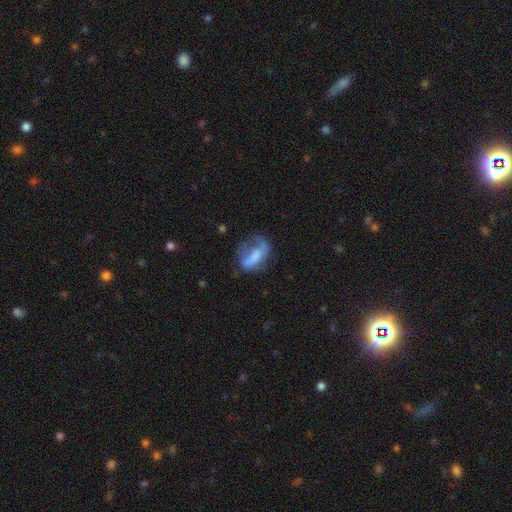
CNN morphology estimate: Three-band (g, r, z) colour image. It shows a smooth galaxy with no disk features (47%). Merging: major disturbance (41%).